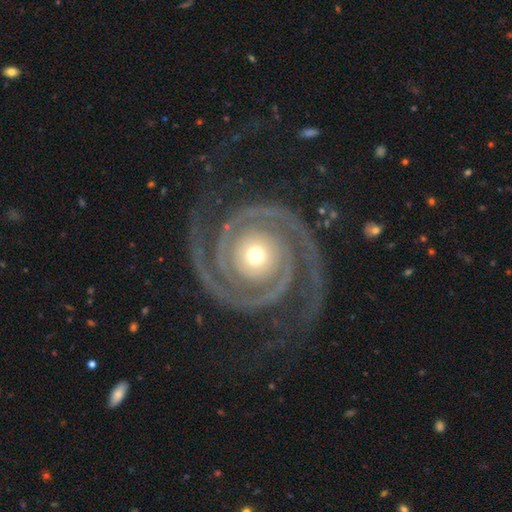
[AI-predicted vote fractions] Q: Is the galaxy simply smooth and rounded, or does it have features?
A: featured or disk — 92%.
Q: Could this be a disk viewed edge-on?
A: no — 98%.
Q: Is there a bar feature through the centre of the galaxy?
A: no — 83%.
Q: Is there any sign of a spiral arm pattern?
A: yes — 98%.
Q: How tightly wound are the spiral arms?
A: tight — 77%.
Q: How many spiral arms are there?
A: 2 — 84%.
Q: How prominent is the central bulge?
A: moderate — 52%.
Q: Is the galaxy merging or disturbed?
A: none — 79%.